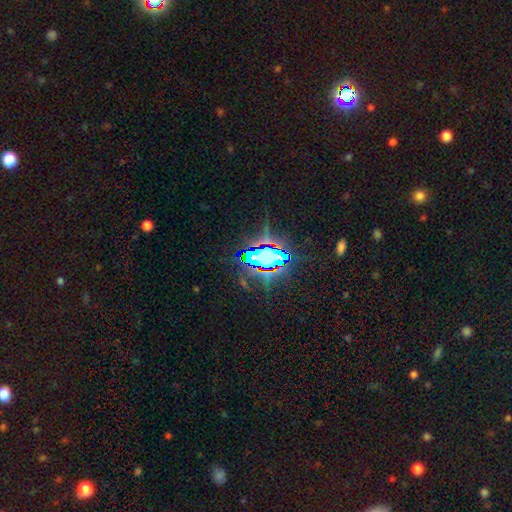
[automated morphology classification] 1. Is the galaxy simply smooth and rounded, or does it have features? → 76% star or artifact, 13% smooth, 11% featured or disk.